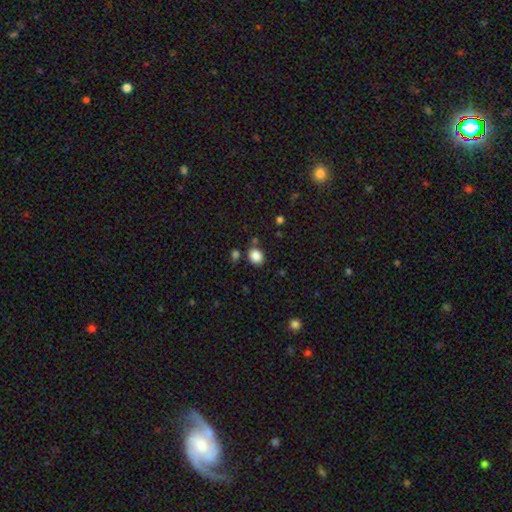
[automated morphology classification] Smooth or featured? Predicted: smooth (p=0.86). How rounded? Predicted: round (p=0.53). Merging? Predicted: none (p=0.79).